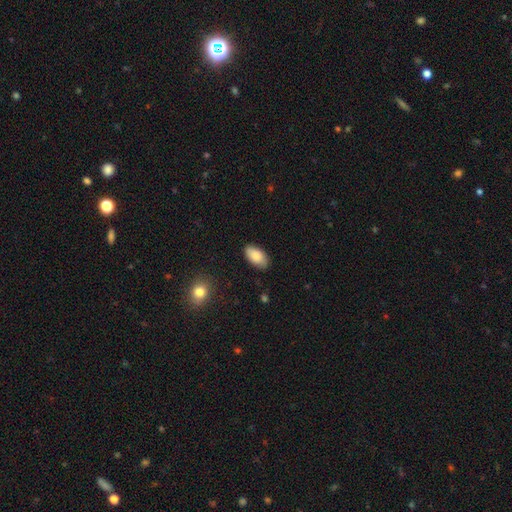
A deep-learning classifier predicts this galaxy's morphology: smooth-or-featured: smooth: 87% | featured or disk: 7% | star or artifact: 6%
  how-rounded: in between: 95% | round: 3% | cigar-shaped: 3%
  merging: none: 86% | minor disturbance: 11% | major disturbance: 2% | merger: 1%